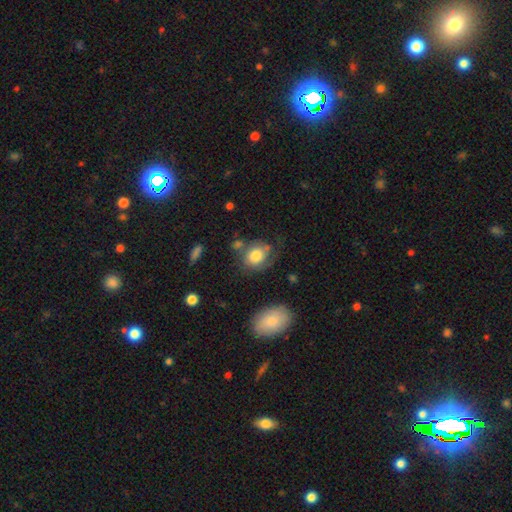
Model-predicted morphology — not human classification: Q: Smooth or featured?
A: smooth (65%); runner-up: featured or disk (27%)
Q: How rounded?
A: round (58%); runner-up: in between (41%)
Q: Merging?
A: none (48%); runner-up: minor disturbance (23%)